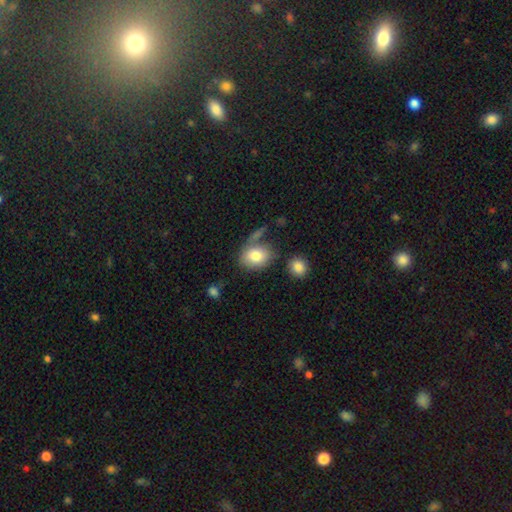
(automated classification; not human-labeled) smooth 80%, featured or disk 12%, star or artifact 8%. Down the decision tree: how rounded — in between (55%); merging — none (58%).